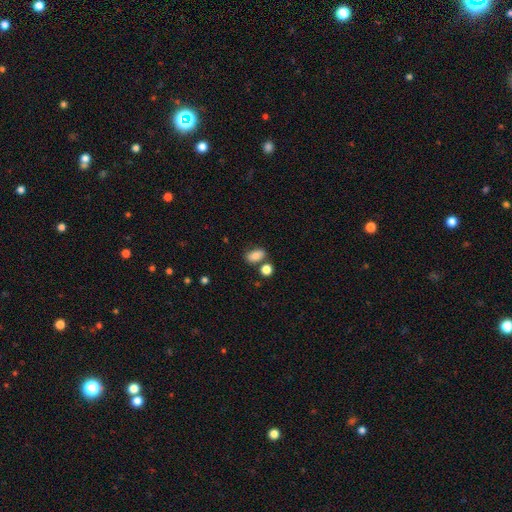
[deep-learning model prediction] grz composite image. It shows a smooth galaxy with no disk features (82%) that is in between round and cigar-shaped (85%). Merging: none (65%).